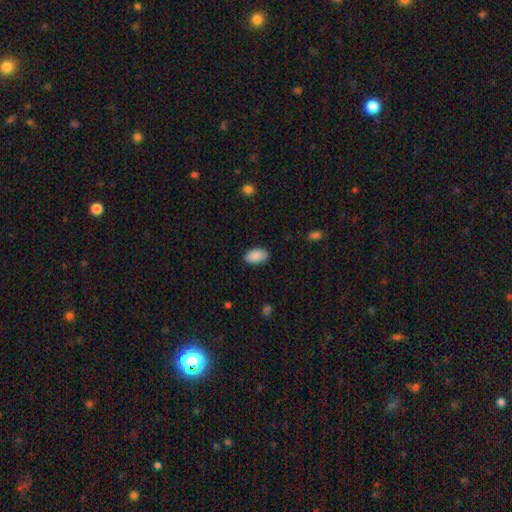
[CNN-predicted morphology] smooth_or_featured: smooth (p=0.90) [alt: star or artifact p=0.07]
how_rounded: in between (p=0.94) [alt: round p=0.04]
merging: none (p=0.87) [alt: minor disturbance p=0.10]